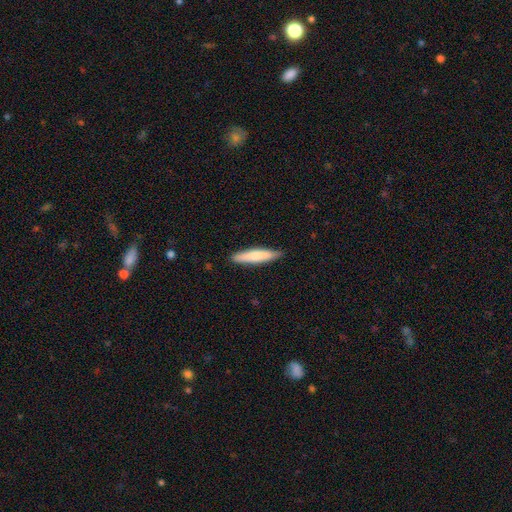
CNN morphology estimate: Smooth or featured: smooth — 73% (featured or disk — 22%)
How rounded: cigar-shaped — 87% (in between — 12%)
Merging: none — 86% (minor disturbance — 11%)